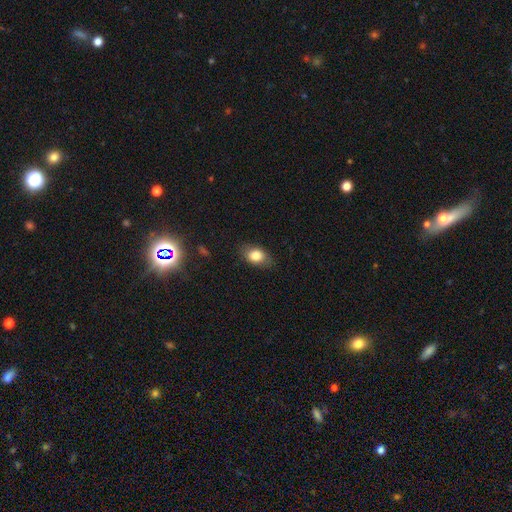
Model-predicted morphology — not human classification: smooth_or_featured: smooth (p=0.81) [alt: featured or disk p=0.11]
how_rounded: in between (p=0.82) [alt: round p=0.16]
merging: none (p=0.79) [alt: minor disturbance p=0.16]